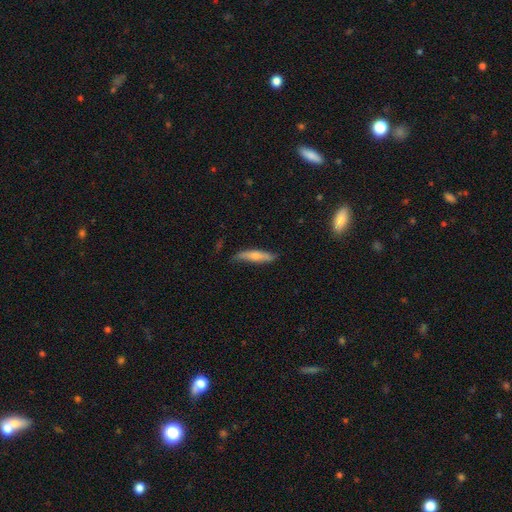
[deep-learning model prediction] The model was most divided on "smooth or featured": smooth: 57%, featured or disk: 37%, star or artifact: 6%. More confident: how rounded — cigar-shaped (79%); merging — none (69%).